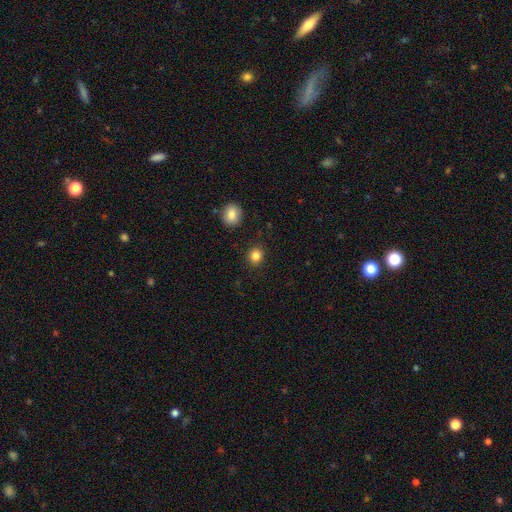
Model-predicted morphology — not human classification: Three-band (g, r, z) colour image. It shows a smooth galaxy with no disk features (84%) that is round (83%). Merging: none (89%).